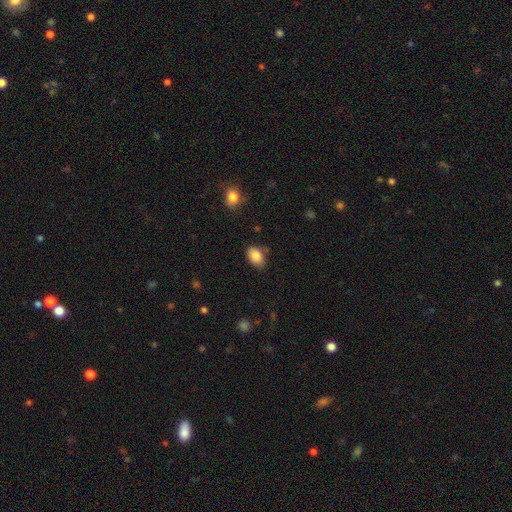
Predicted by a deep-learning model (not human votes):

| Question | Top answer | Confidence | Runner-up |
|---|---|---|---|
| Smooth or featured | smooth | 87% | star or artifact (8%) |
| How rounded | in between | 87% | round (11%) |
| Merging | none | 76% | minor disturbance (18%) |